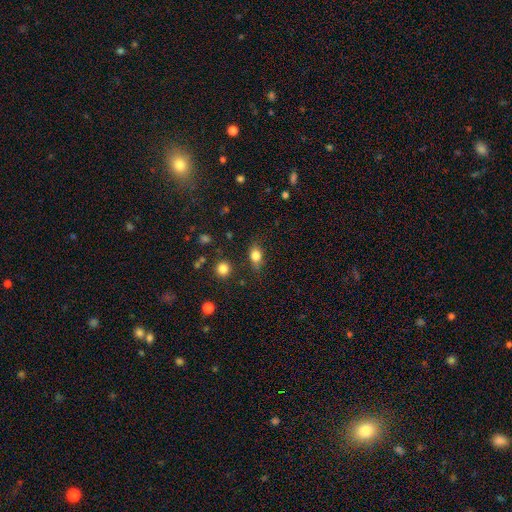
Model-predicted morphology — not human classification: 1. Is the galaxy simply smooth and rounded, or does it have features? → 80% smooth, 11% star or artifact, 10% featured or disk.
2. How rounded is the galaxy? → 67% in between, 29% round, 4% cigar-shaped.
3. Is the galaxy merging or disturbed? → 76% none, 17% minor disturbance, 5% major disturbance, 2% merger.